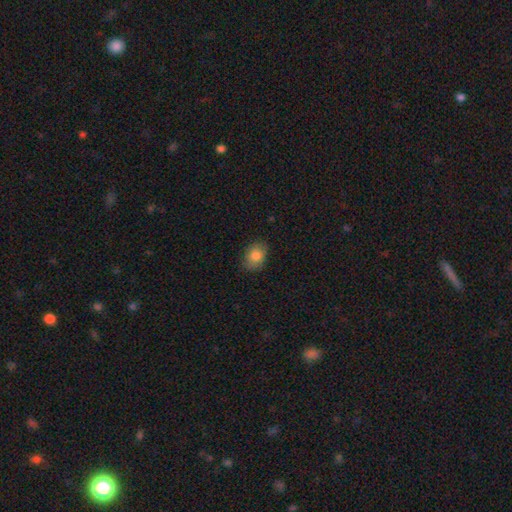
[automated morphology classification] smooth_or_featured: smooth (p=0.83) [alt: featured or disk p=0.08]
how_rounded: in between (p=0.78) [alt: round p=0.21]
merging: none (p=0.82) [alt: minor disturbance p=0.14]